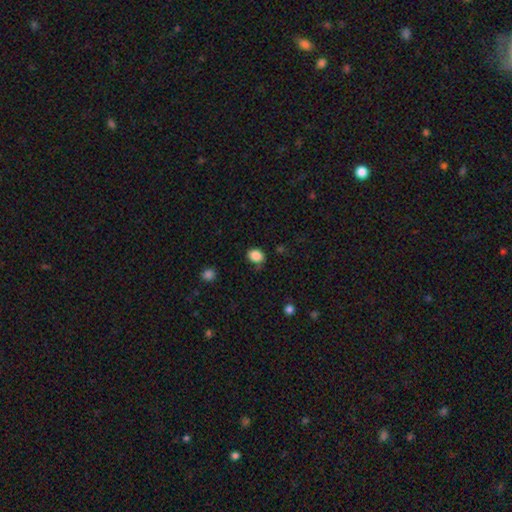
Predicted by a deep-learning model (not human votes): The model was most divided on "how rounded": in between: 50%, round: 49%, cigar-shaped: 1%. More confident: smooth or featured — smooth (87%); merging — none (73%).